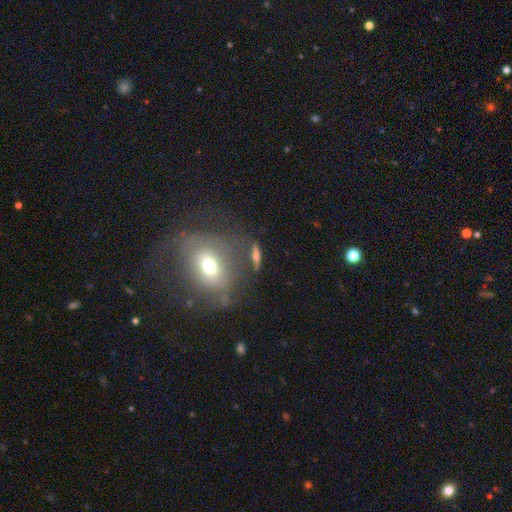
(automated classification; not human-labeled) Smooth or featured? Predicted: smooth (p=0.53). How rounded? Predicted: cigar-shaped (p=0.53). Merging? Predicted: none (p=0.72).